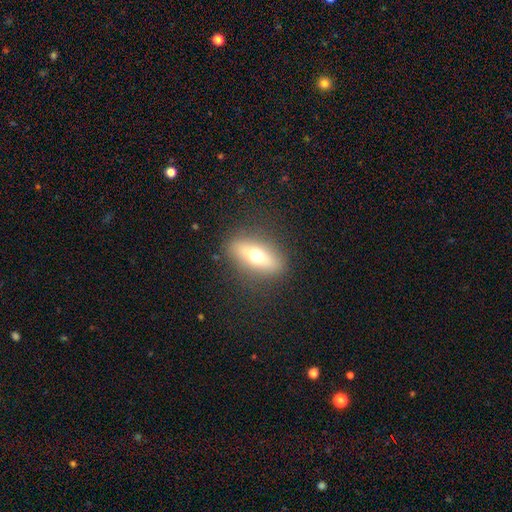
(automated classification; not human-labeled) Smooth or featured? Predicted: smooth (p=0.53). How rounded? Predicted: in between (p=0.64). Merging? Predicted: none (p=0.85).